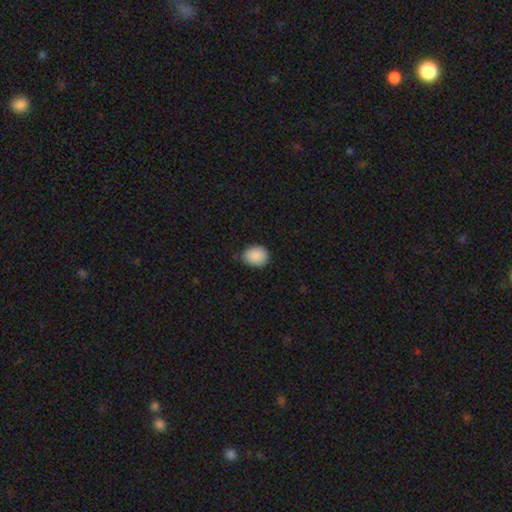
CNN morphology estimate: A smooth galaxy with no disk features (89%) that is round (55%).

Vote fractions:
- Smooth or featured? smooth: 89% / star or artifact: 8% / featured or disk: 3%
- How rounded? round: 55% / in between: 44% / cigar-shaped: 1%
- Merging? none: 73% / minor disturbance: 23% / major disturbance: 3% / merger: 1%